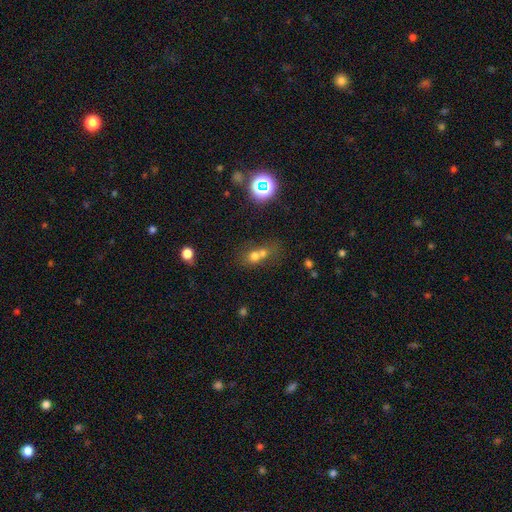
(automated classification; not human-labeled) This appears to be a smooth galaxy with no disk features (60%) that is round (69%). Merging: merger (57%).